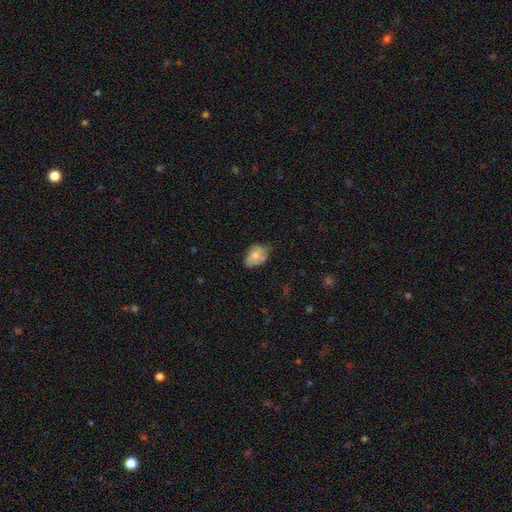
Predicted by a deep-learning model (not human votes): This is possibly a smooth galaxy (56%). How rounded: clearly in between (83%). Merging: possibly none (51%).